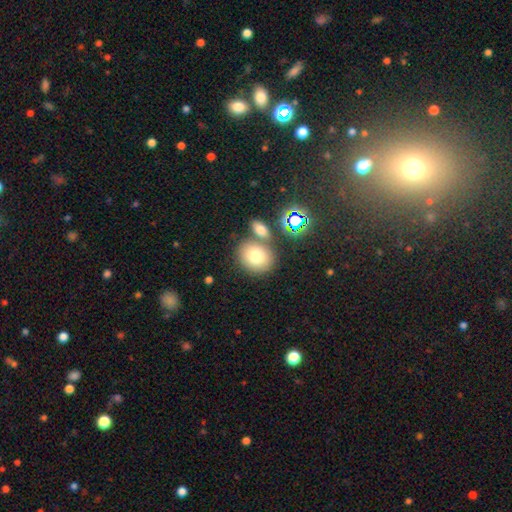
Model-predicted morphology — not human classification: type=smooth (76%); roundness=round (64%); merging=none (63%).